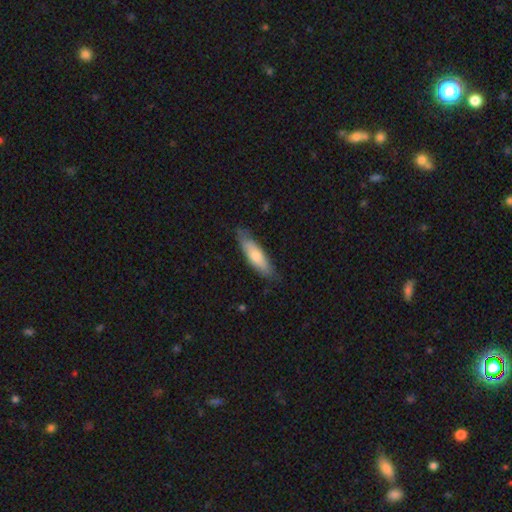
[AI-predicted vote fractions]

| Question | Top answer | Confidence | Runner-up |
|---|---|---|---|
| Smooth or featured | smooth | 71% | featured or disk (24%) |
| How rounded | cigar-shaped | 60% | in between (38%) |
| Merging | none | 77% | minor disturbance (19%) |